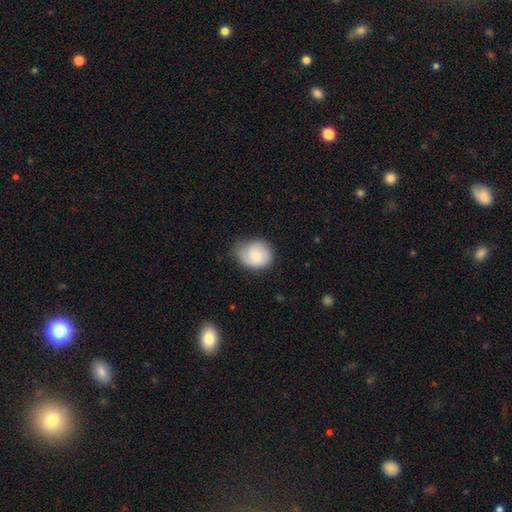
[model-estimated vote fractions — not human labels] Morphology: type=smooth (67%); roundness=round (60%); merging=none (58%).